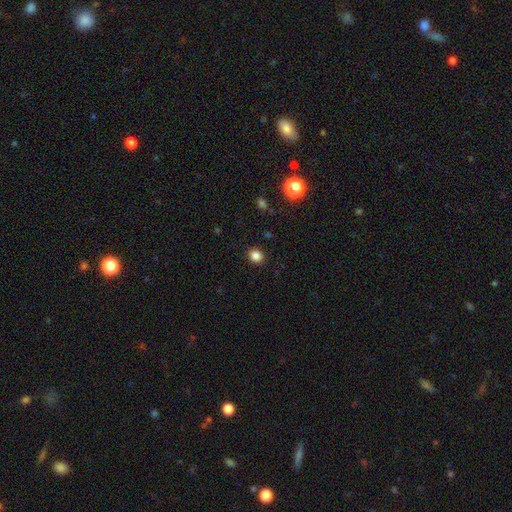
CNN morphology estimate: This is clearly a smooth galaxy (85%). How rounded: likely round (74%). Merging: clearly none (91%).